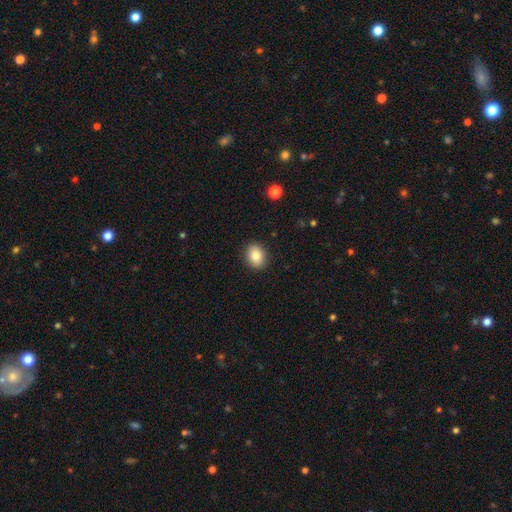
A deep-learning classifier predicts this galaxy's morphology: Smooth or featured: smooth — 84% (star or artifact — 8%)
How rounded: in between — 61% (round — 38%)
Merging: none — 89% (minor disturbance — 7%)